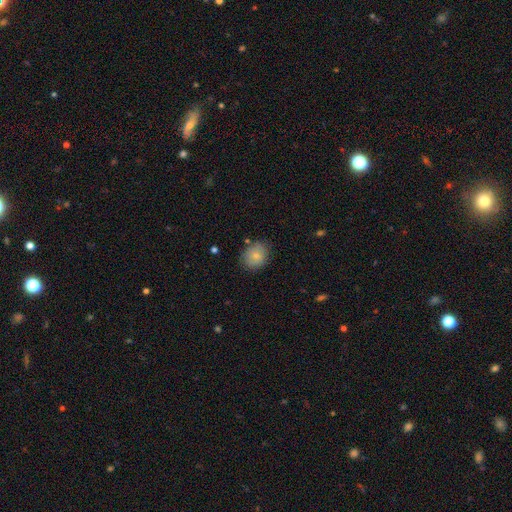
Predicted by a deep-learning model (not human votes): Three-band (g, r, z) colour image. It shows a smooth galaxy with no disk features (79%) that is round (62%). Merging: none (77%).